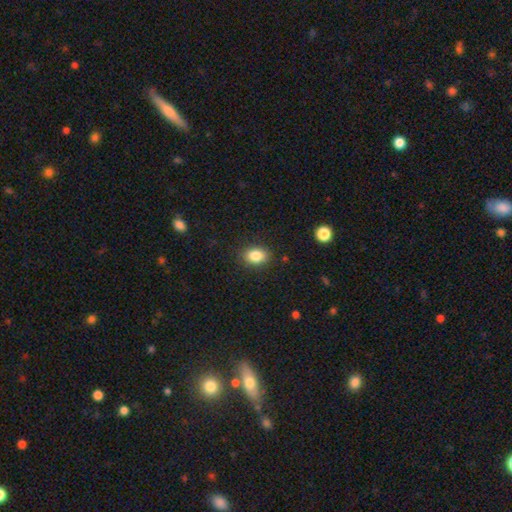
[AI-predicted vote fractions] smooth-or-featured: smooth: 85% | star or artifact: 9% | featured or disk: 6%
  how-rounded: in between: 68% | round: 31% | cigar-shaped: 1%
  merging: none: 87% | minor disturbance: 10% | major disturbance: 3% | merger: 1%